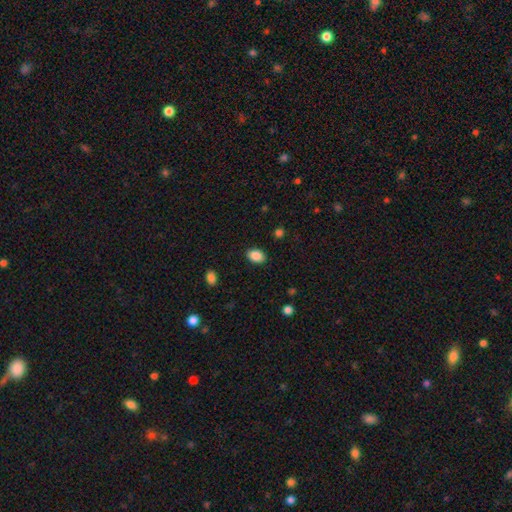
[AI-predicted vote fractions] Smooth or featured? Predicted: smooth (p=0.89). How rounded? Predicted: in between (p=0.82). Merging? Predicted: none (p=0.88).